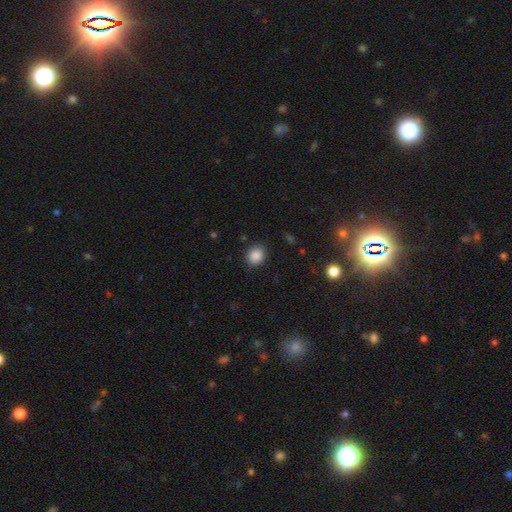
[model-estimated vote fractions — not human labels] This appears to be a smooth galaxy with no disk features (88%) that is round (60%). Merging: none (86%).